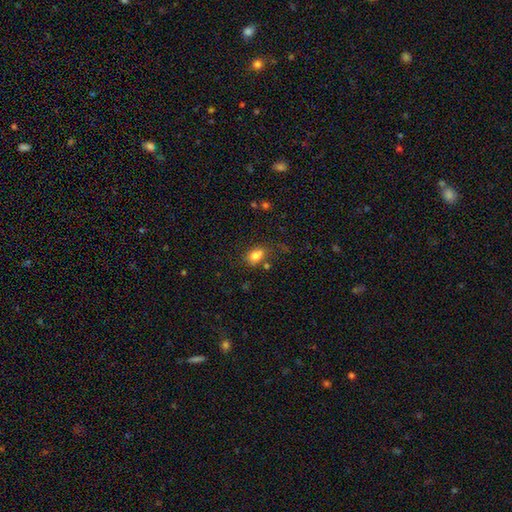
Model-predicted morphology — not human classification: type=smooth (79%); roundness=in between (77%); merging=none (63%).